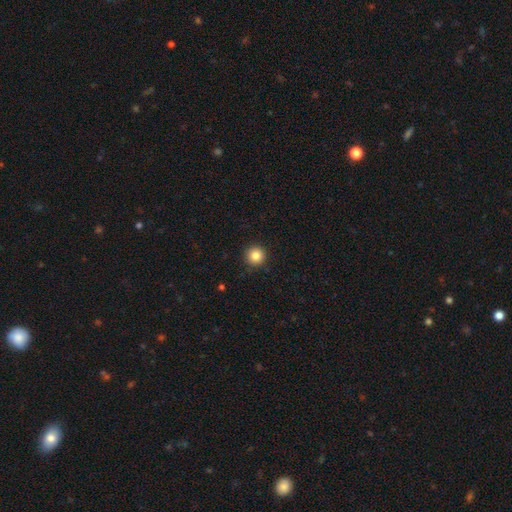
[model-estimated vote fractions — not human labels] Smooth or featured? Predicted: smooth (p=0.84). How rounded? Predicted: round (p=0.96). Merging? Predicted: none (p=0.91).